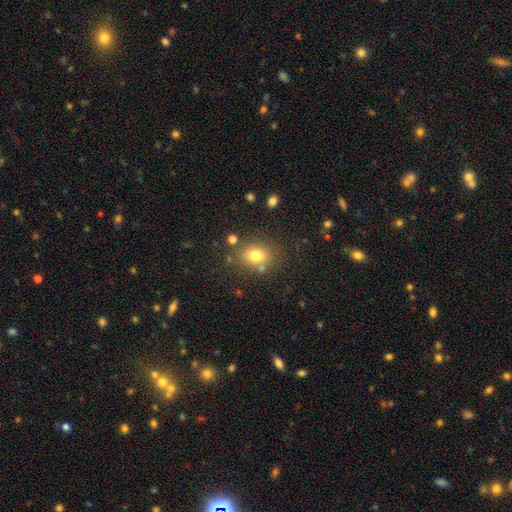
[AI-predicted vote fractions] Smooth or featured: smooth — 77% (star or artifact — 13%)
How rounded: in between — 51% (round — 48%)
Merging: none — 76% (minor disturbance — 13%)